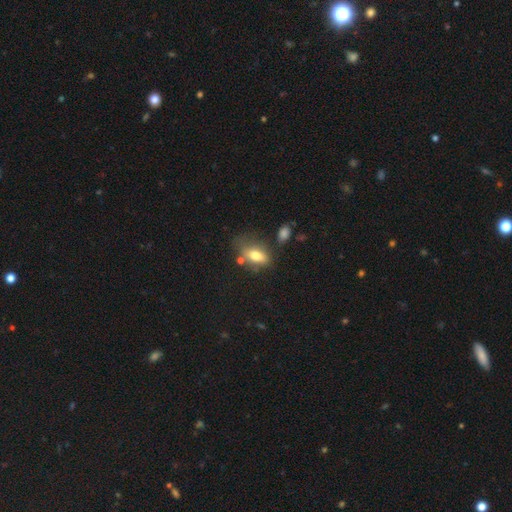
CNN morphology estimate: smooth-or-featured: smooth: 74% | featured or disk: 18% | star or artifact: 9%
  how-rounded: in between: 85% | round: 8% | cigar-shaped: 6%
  merging: none: 49% | minor disturbance: 26% | major disturbance: 14% | merger: 11%